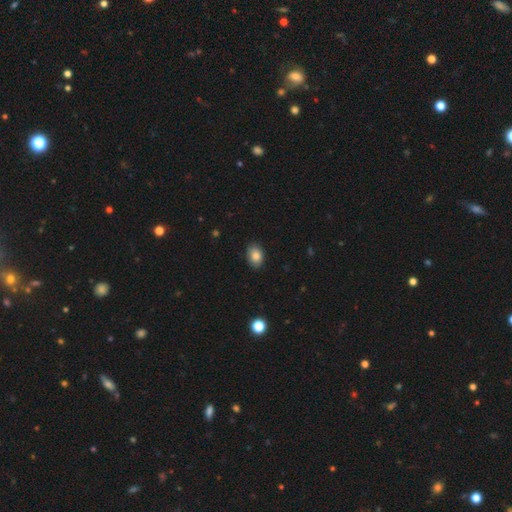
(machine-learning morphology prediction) This is clearly a smooth galaxy (84%). How rounded: clearly in between (81%). Merging: clearly none (87%).